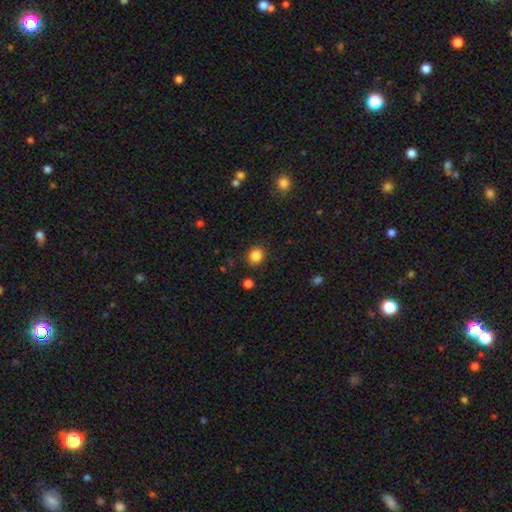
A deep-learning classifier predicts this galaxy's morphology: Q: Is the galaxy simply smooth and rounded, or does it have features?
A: smooth — 85%.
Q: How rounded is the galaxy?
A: round — 75%.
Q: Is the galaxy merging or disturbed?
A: none — 88%.